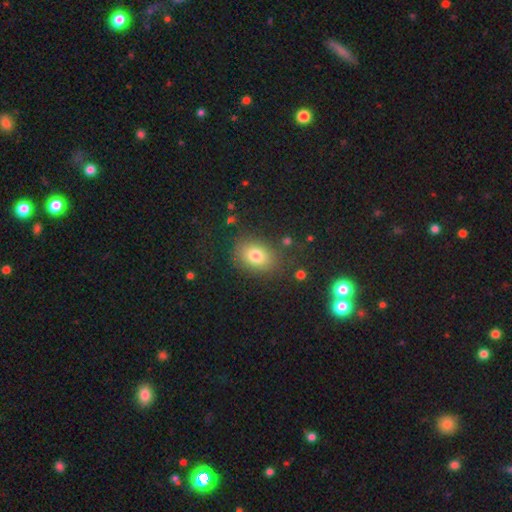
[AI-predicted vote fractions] smooth_or_featured: smooth (p=0.77) [alt: star or artifact p=0.12]
how_rounded: in between (p=0.66) [alt: round p=0.33]
merging: none (p=0.81) [alt: minor disturbance p=0.12]